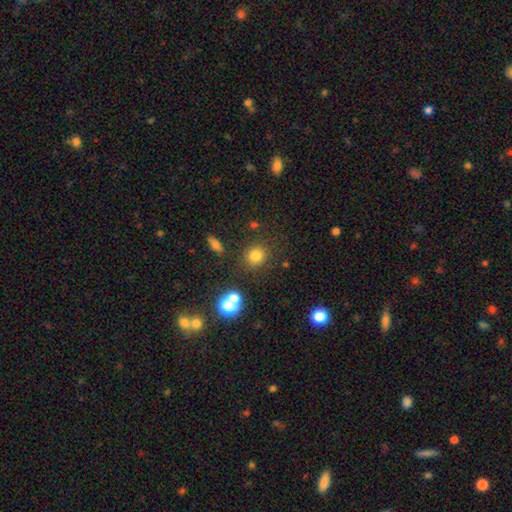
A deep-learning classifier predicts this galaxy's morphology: Q: Smooth or featured?
A: smooth (77%); runner-up: star or artifact (16%)
Q: How rounded?
A: round (85%); runner-up: in between (13%)
Q: Merging?
A: none (82%); runner-up: minor disturbance (9%)